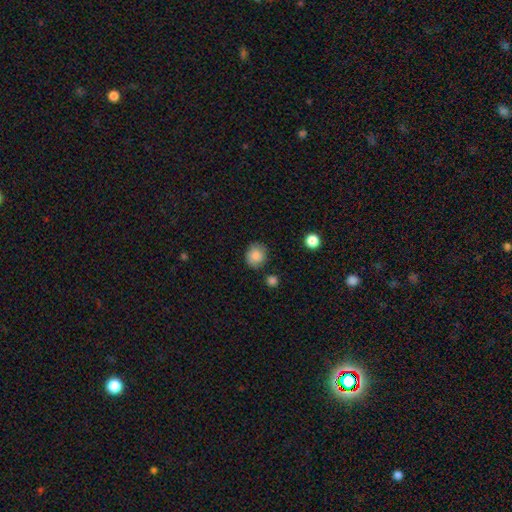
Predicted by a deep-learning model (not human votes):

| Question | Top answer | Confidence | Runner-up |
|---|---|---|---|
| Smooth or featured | smooth | 86% | star or artifact (8%) |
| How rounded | round | 78% | in between (21%) |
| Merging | none | 81% | minor disturbance (13%) |